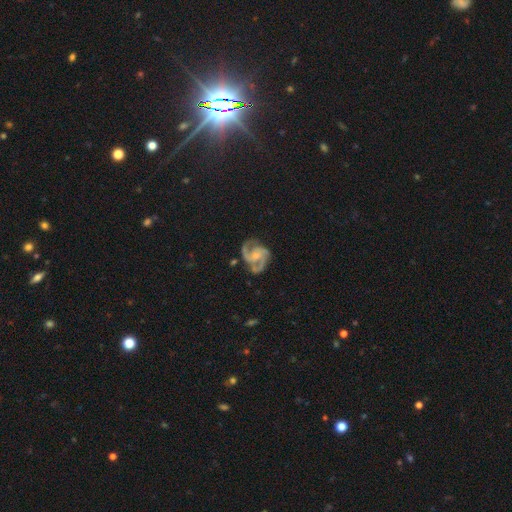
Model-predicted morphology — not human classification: type=featured or disk (91%); edge-on=no (98%); bar=no (59%); spiral arms=yes (98%); winding=medium (59%); arm count=2 (61%); bulge=small (62%); merging=none (69%).